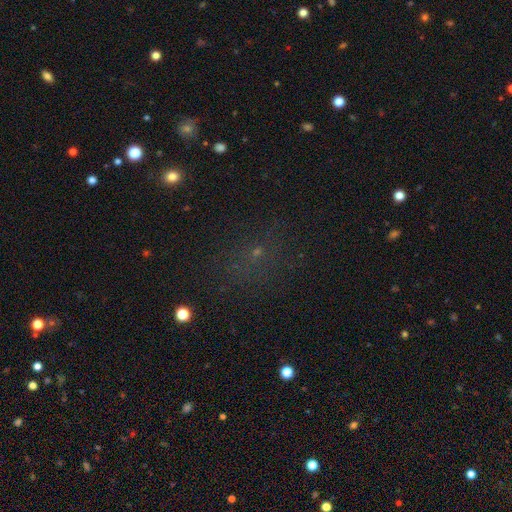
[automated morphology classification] Smooth or featured?
  - star or artifact: 47% *
  - smooth: 41%
  - featured or disk: 13%